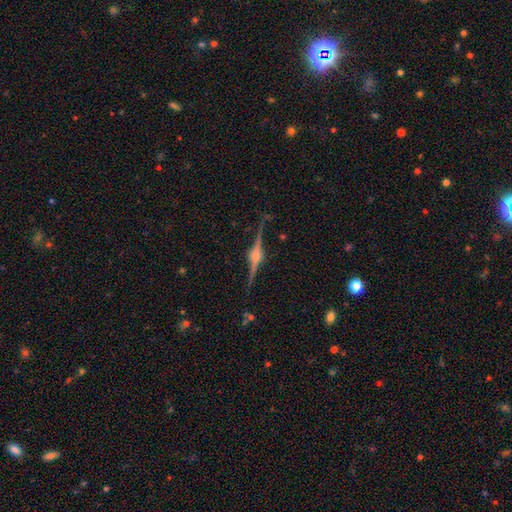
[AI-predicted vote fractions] A featured or disk galaxy (89%) viewed edge-on (98%) with a rounded central bulge (89%).

Vote fractions:
- Smooth or featured? featured or disk: 89% / star or artifact: 6% / smooth: 5%
- Edge-on disk? yes: 98% / no: 2%
- Edge-on bulge? rounded: 89% / boxy: 9% / none: 2%
- Merging? none: 87% / minor disturbance: 9% / major disturbance: 2% / merger: 1%